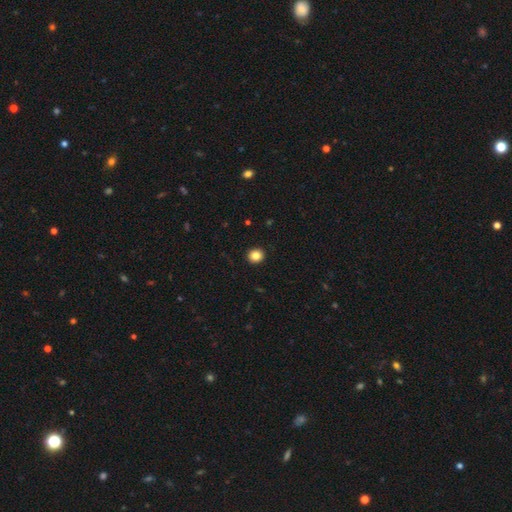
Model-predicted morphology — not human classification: This is clearly a smooth galaxy (85%). How rounded: clearly round (86%). Merging: clearly none (93%).